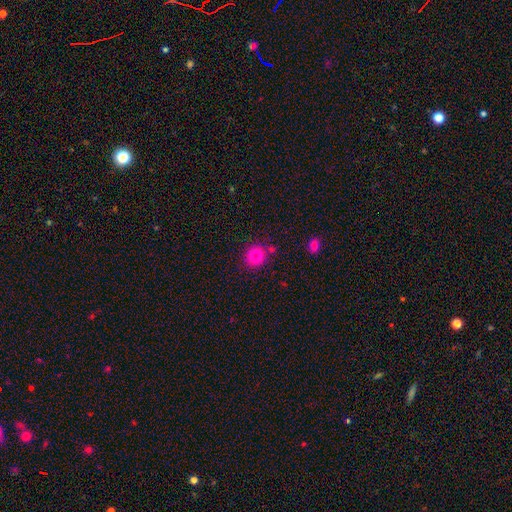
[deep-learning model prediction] A smooth galaxy with no disk features (80%) that is round (84%).

Vote fractions:
- Smooth or featured? smooth: 80% / star or artifact: 12% / featured or disk: 8%
- How rounded? round: 84% / in between: 15% / cigar-shaped: 1%
- Merging? none: 80% / minor disturbance: 9% / merger: 8% / major disturbance: 3%